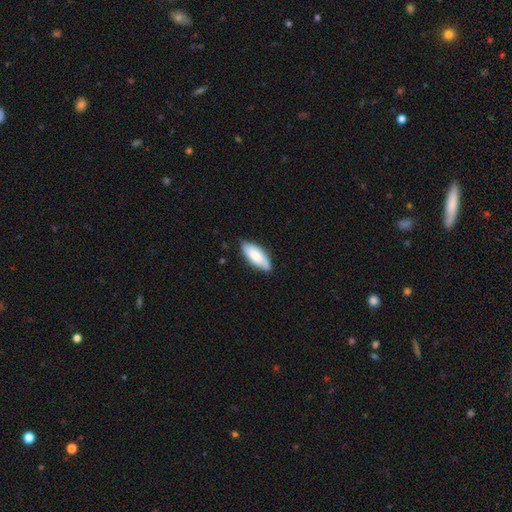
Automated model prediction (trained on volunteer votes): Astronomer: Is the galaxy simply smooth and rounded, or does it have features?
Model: smooth — 79%.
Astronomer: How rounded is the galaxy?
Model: in between — 83%.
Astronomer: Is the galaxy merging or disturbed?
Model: none — 81%.